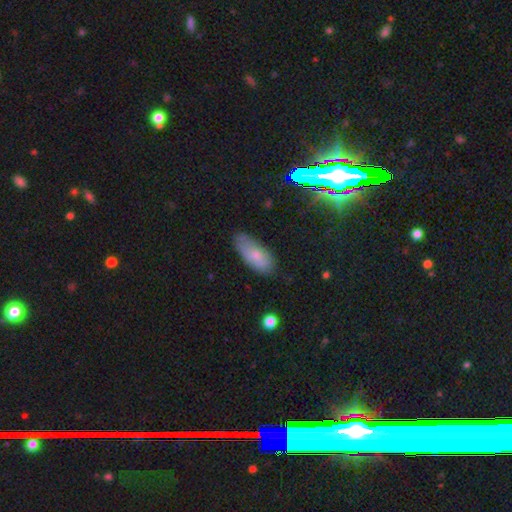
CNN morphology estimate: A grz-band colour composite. It shows a smooth galaxy with no disk features (72%) that is in between round and cigar-shaped (85%). Merging: none (60%).